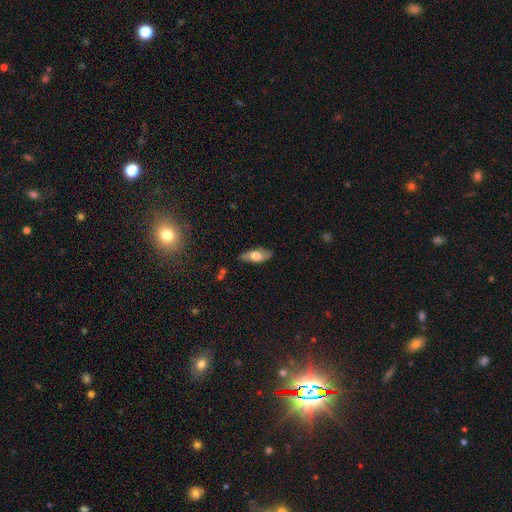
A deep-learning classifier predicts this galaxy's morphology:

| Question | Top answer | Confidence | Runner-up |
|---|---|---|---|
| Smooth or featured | smooth | 61% | featured or disk (32%) |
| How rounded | in between | 75% | cigar-shaped (22%) |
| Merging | none | 81% | minor disturbance (14%) |